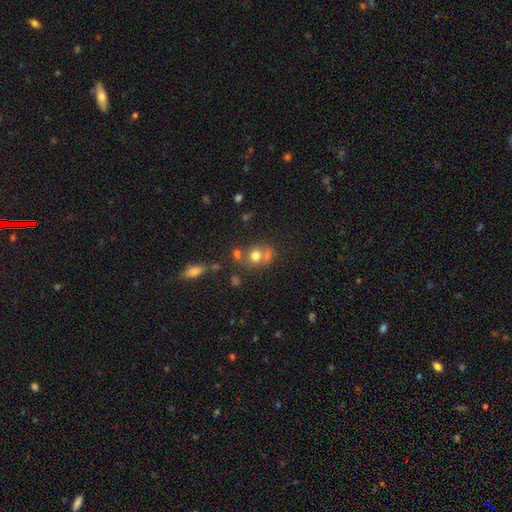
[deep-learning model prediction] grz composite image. It shows a smooth galaxy with no disk features (69%) that is round (73%). Merging: none (44%).